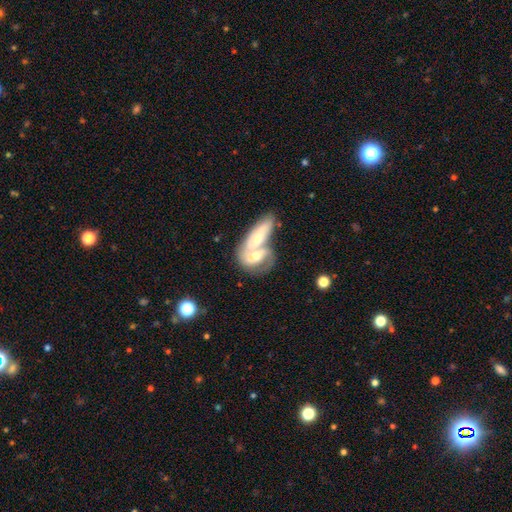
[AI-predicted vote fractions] This is possibly a featured or disk galaxy (47%, tied with smooth). Merging: likely merger (72%).